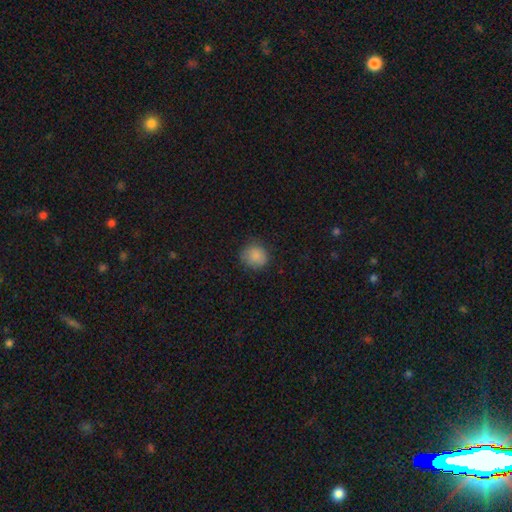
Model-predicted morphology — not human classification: Smooth or featured? Predicted: smooth (p=0.86). How rounded? Predicted: round (p=0.79). Merging? Predicted: none (p=0.78).